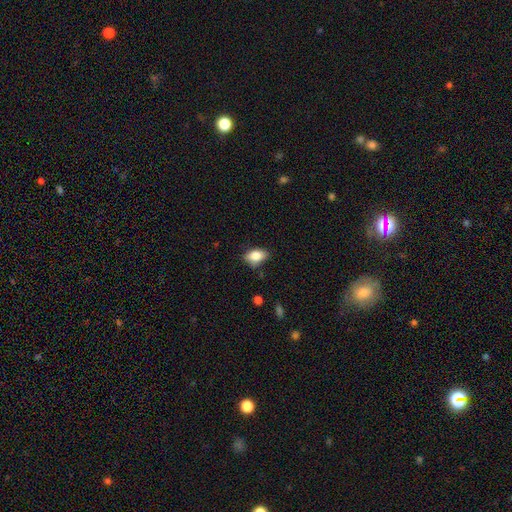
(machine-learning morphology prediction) type=smooth (84%); roundness=in between (85%); merging=none (72%).